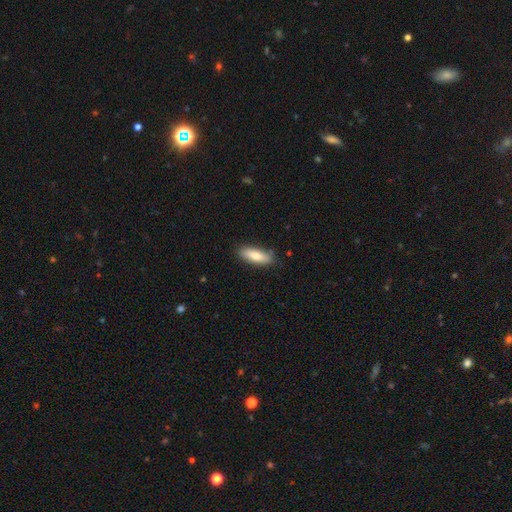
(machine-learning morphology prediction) smooth_or_featured: smooth (p=0.79) [alt: featured or disk p=0.15]
how_rounded: in between (p=0.59) [alt: cigar-shaped p=0.39]
merging: none (p=0.83) [alt: minor disturbance p=0.13]